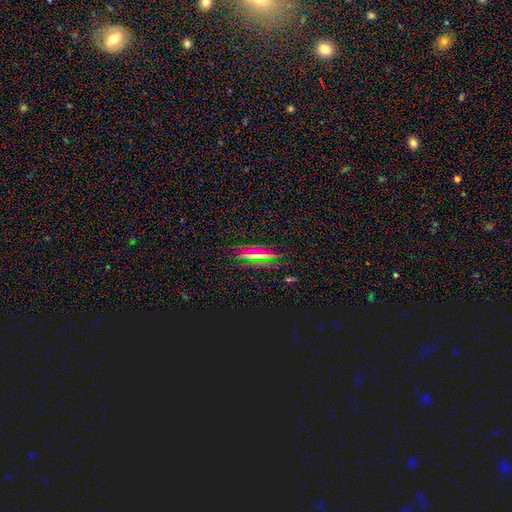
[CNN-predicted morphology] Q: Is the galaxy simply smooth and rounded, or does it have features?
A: smooth — 34%, tied with featured or disk.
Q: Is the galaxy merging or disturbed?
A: none — 85%.